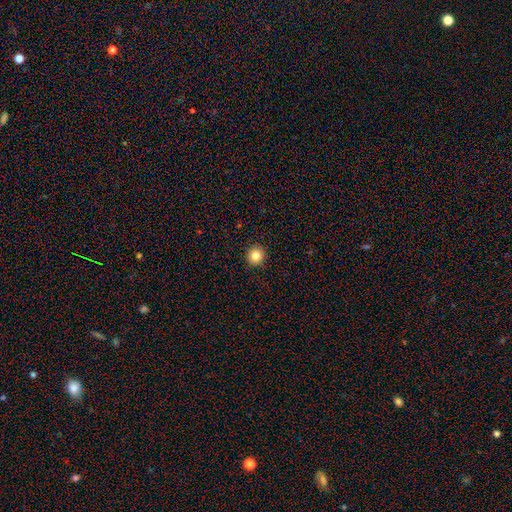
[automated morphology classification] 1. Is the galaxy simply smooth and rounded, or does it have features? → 83% smooth, 11% star or artifact, 6% featured or disk.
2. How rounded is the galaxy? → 94% round, 5% in between, 1% cigar-shaped.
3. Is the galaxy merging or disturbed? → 93% none, 4% minor disturbance, 1% major disturbance, 1% merger.